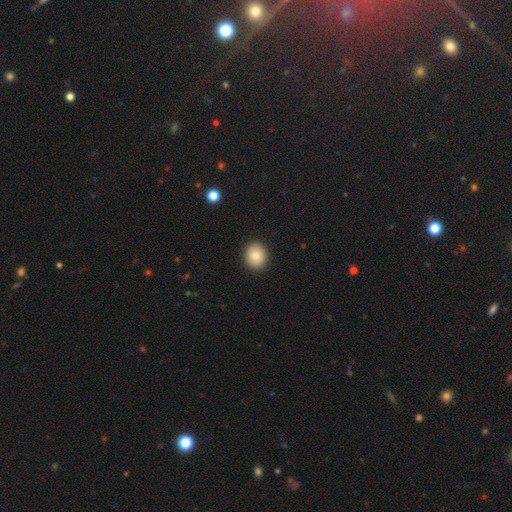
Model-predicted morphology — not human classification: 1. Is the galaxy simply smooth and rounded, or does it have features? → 85% smooth, 8% star or artifact, 7% featured or disk.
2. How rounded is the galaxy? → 62% round, 37% in between, 1% cigar-shaped.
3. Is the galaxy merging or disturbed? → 91% none, 7% minor disturbance, 2% major disturbance, 1% merger.